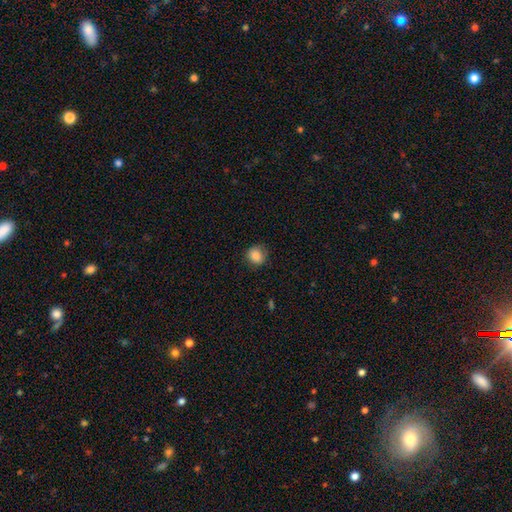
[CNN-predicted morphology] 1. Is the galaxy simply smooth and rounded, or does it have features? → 85% smooth, 9% star or artifact, 6% featured or disk.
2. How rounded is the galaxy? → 84% round, 15% in between, 1% cigar-shaped.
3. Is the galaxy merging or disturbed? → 80% none, 15% minor disturbance, 4% major disturbance, 1% merger.